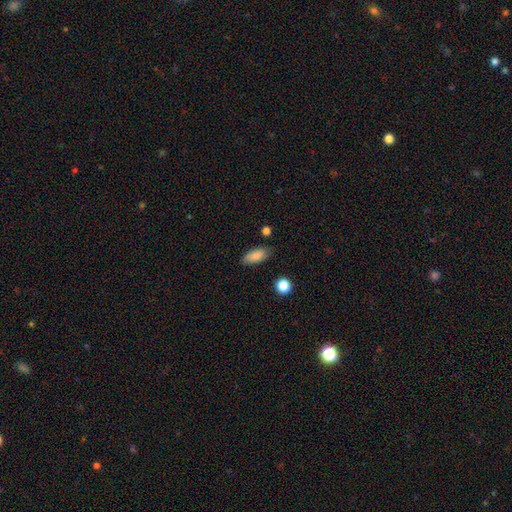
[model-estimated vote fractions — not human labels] smooth_or_featured: smooth (p=0.85) [alt: star or artifact p=0.07]
how_rounded: in between (p=0.83) [alt: cigar-shaped p=0.14]
merging: none (p=0.81) [alt: minor disturbance p=0.14]